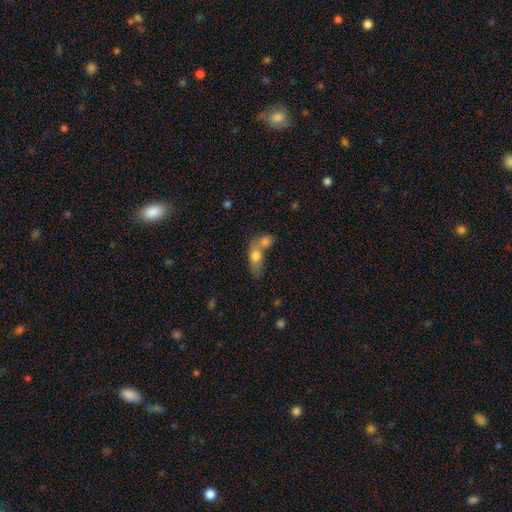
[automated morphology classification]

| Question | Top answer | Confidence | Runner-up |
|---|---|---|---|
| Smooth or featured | smooth | 73% | featured or disk (19%) |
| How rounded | in between | 71% | round (22%) |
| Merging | merger | 69% | none (18%) |